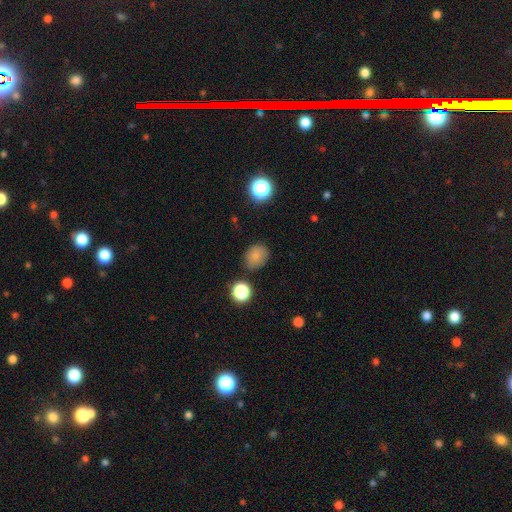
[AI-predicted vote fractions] Morphology: type=smooth (80%); roundness=in between (50%); merging=none (79%).